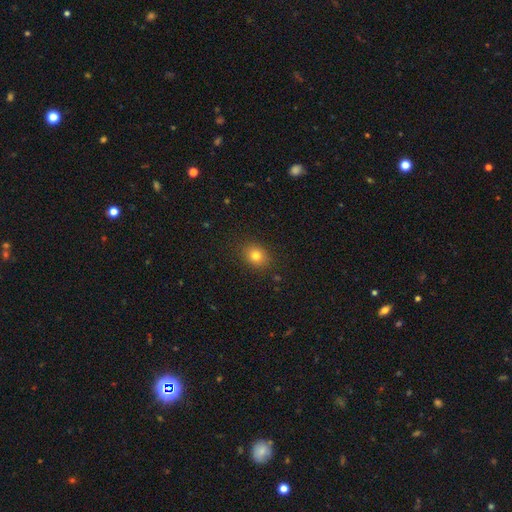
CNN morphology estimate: Smooth or featured? smooth (79%)
How rounded? round (59%)
Merging? none (87%)